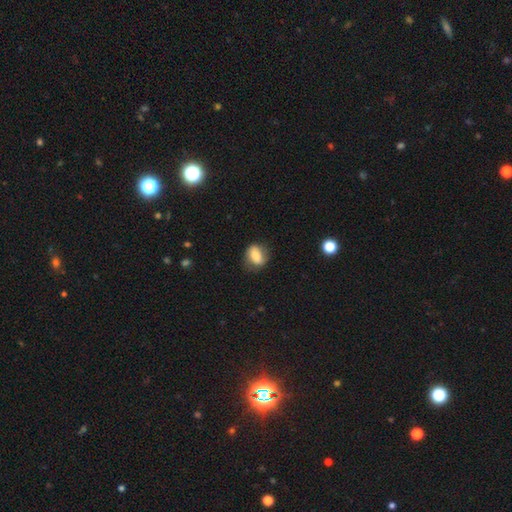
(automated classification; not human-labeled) A smooth galaxy with no disk features (72%) that is in between round and cigar-shaped (67%).

Vote fractions:
- Smooth or featured? smooth: 72% / featured or disk: 20% / star or artifact: 8%
- How rounded? in between: 67% / round: 31% / cigar-shaped: 2%
- Merging? none: 68% / minor disturbance: 22% / major disturbance: 8% / merger: 1%